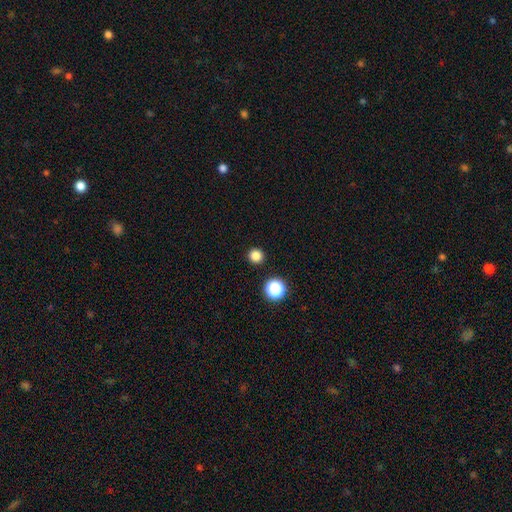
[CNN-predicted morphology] Smooth or featured: smooth — 83% (star or artifact — 14%)
How rounded: round — 95% (in between — 4%)
Merging: none — 93% (minor disturbance — 4%)